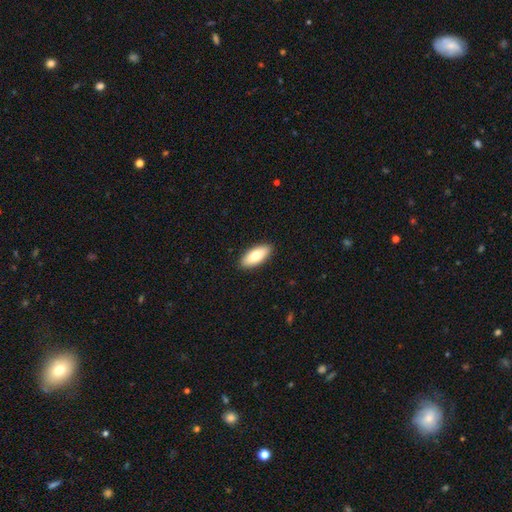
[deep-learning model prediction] smooth-or-featured: smooth: 78% | featured or disk: 17% | star or artifact: 6%
  how-rounded: in between: 83% | cigar-shaped: 15% | round: 2%
  merging: none: 90% | minor disturbance: 7% | major disturbance: 2% | merger: 1%